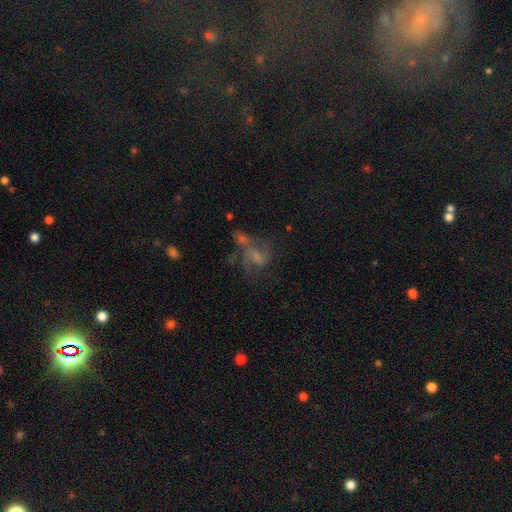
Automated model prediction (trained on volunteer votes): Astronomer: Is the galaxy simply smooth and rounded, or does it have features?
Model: featured or disk — 57%.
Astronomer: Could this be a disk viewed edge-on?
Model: no — 97%.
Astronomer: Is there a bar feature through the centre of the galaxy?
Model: no — 49% (runner-up: weak, 41%).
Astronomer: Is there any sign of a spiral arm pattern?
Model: yes — 73%.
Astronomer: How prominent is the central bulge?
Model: small — 43% (runner-up: moderate, 27%).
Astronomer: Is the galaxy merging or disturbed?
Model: merger — 34% (runner-up: none, 28%).